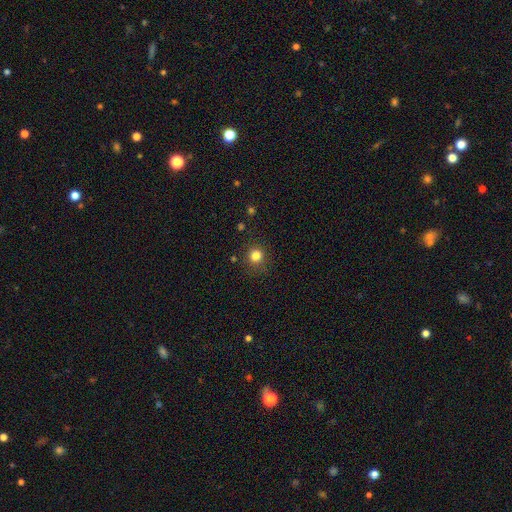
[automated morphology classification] A smooth galaxy with no disk features (81%) that is round (88%).

Vote fractions:
- Smooth or featured? smooth: 81% / star or artifact: 13% / featured or disk: 5%
- How rounded? round: 88% / in between: 11% / cigar-shaped: 1%
- Merging? none: 84% / minor disturbance: 10% / major disturbance: 4% / merger: 2%